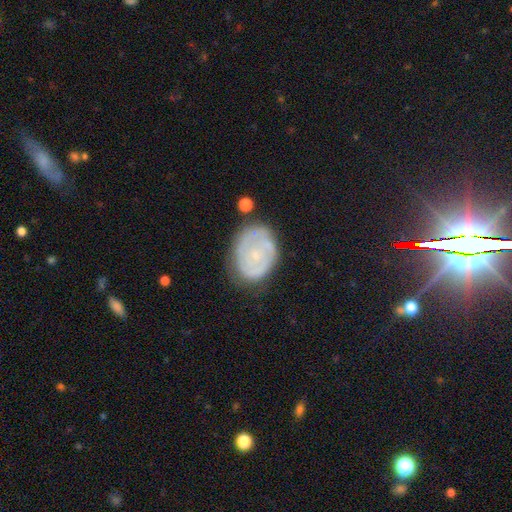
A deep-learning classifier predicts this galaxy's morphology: Smooth or featured? featured or disk (61%)
Edge-on disk? no (97%)
Bar? no (82%)
Spiral arms? yes (64%)
Bulge size? small (73%)
Merging? none (64%)